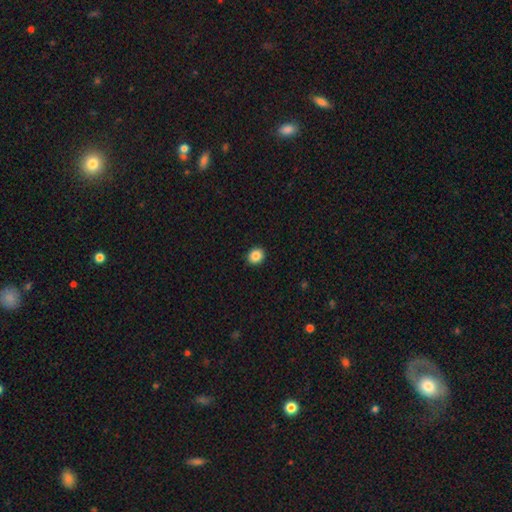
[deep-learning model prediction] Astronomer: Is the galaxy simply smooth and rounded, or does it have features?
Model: smooth — 86%.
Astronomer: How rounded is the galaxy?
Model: round — 72%.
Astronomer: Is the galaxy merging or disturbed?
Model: none — 92%.